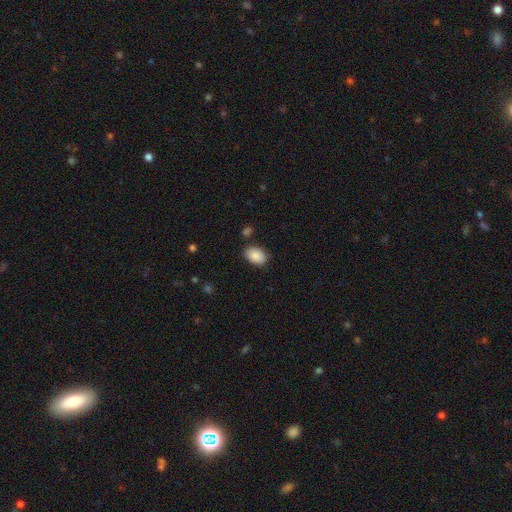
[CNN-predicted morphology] Overall: smooth (89%). How rounded: in between (86%). Merging: none (82%).